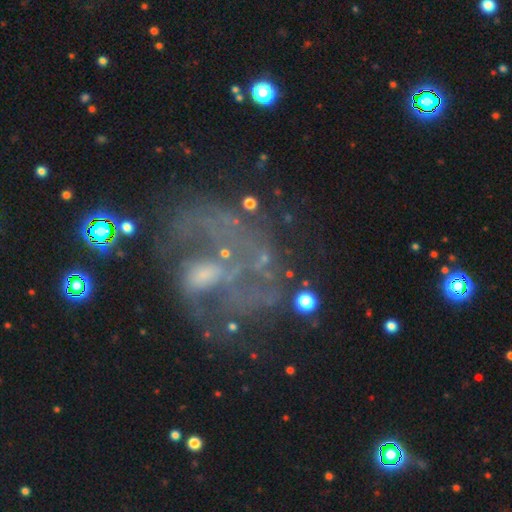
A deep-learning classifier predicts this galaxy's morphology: Smooth or featured?
  - featured or disk: 67% *
  - star or artifact: 21%
  - smooth: 11%
Edge-on disk?
  - no: 98% *
  - yes: 2%
Bar?
  - no: 67% *
  - weak: 26%
  - strong: 7%
Spiral arms?
  - yes: 55% *
  - no: 45%
Bulge size?
  - none: 44% *
  - small: 31%
  - moderate: 21%
  - large: 3%
  - dominant: 2%
Merging?
  - none: 40% *
  - major disturbance: 36%
  - minor disturbance: 16%
  - merger: 9%